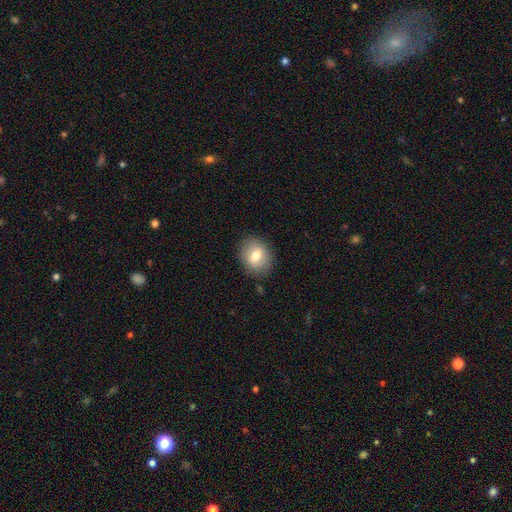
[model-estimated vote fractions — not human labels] Smooth or featured? smooth (73%)
How rounded? round (52%)
Merging? none (86%)